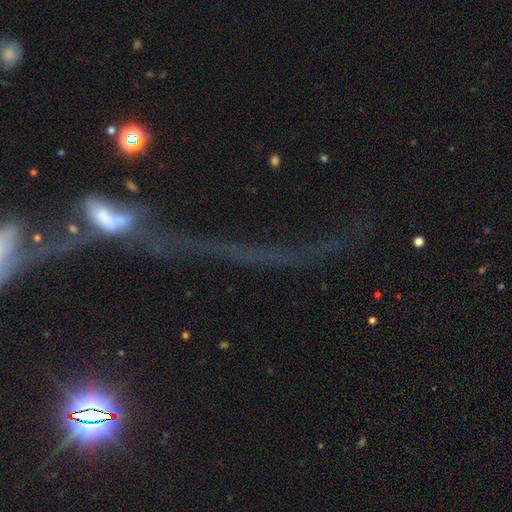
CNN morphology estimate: The model was most divided on "smooth or featured": star or artifact: 45%, featured or disk: 34%, smooth: 20%.